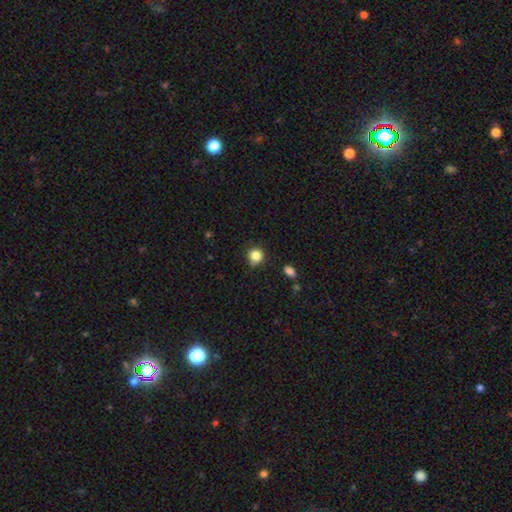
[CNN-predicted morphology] This is clearly a smooth galaxy (85%). How rounded: clearly round (89%). Merging: clearly none (81%).